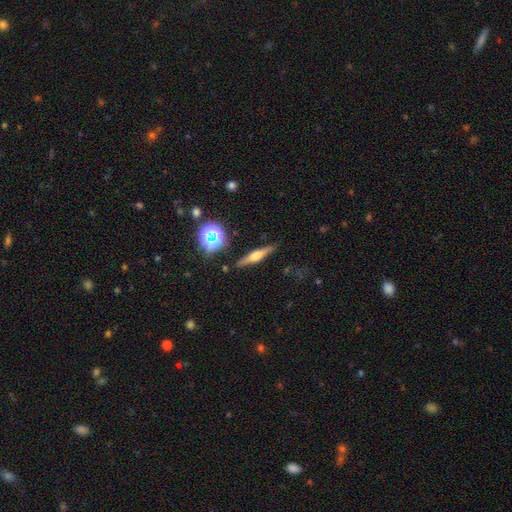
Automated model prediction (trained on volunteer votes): Smooth or featured?
  - featured or disk: 61% *
  - smooth: 29%
  - star or artifact: 10%
Edge-on disk?
  - yes: 96% *
  - no: 4%
Edge-on bulge?
  - rounded: 83% *
  - boxy: 13%
  - none: 4%
Merging?
  - none: 87% *
  - minor disturbance: 9%
  - major disturbance: 2%
  - merger: 2%